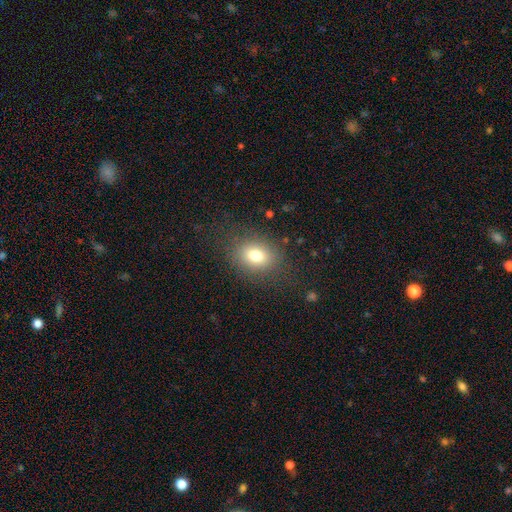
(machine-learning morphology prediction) Smooth or featured? smooth (76%)
How rounded? in between (54%)
Merging? none (81%)